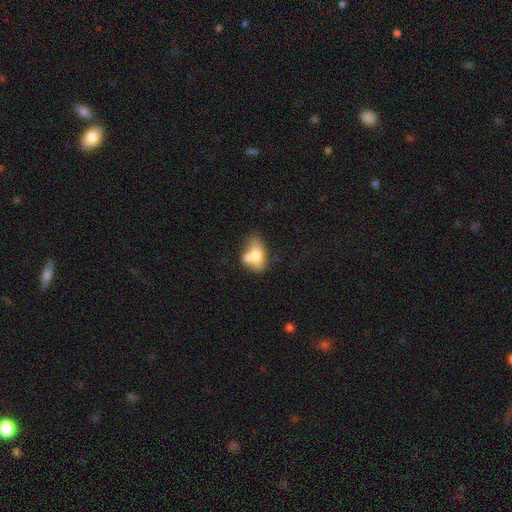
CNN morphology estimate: type=smooth (62%); roundness=in between (79%); merging=merger (43%).